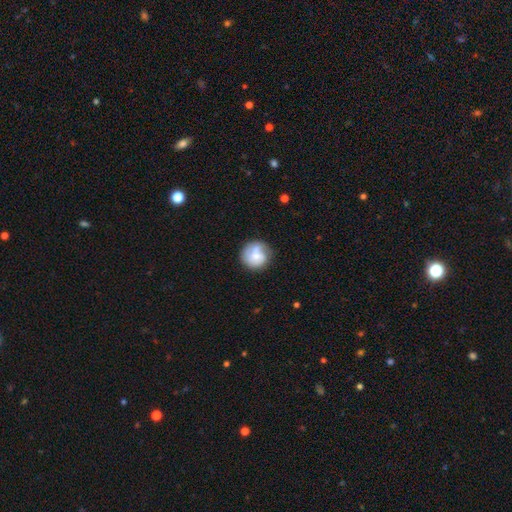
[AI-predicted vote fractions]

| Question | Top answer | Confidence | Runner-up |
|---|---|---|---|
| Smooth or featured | smooth | 55% | featured or disk (37%) |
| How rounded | round | 88% | in between (11%) |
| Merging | none | 62% | minor disturbance (21%) |